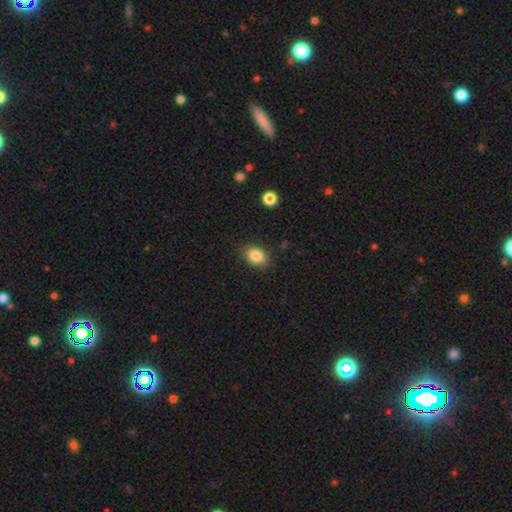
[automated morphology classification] The model was most divided on "how rounded": in between: 68%, round: 31%, cigar-shaped: 1%. More confident: smooth or featured — smooth (85%); merging — none (85%).